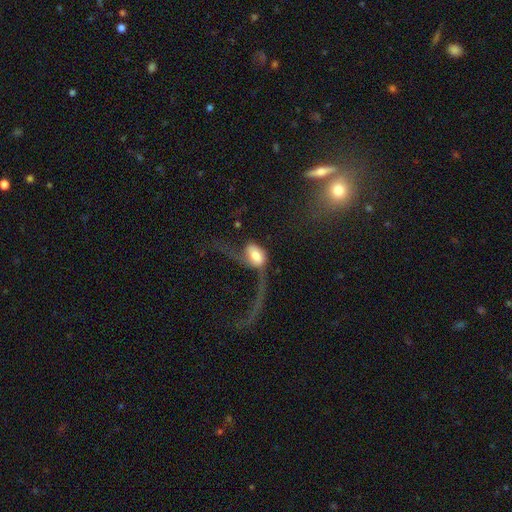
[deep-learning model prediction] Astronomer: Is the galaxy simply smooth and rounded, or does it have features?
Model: smooth — 52% (runner-up: featured or disk, 40%).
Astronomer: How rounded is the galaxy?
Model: in between — 78%.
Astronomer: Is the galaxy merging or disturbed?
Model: major disturbance — 61%.